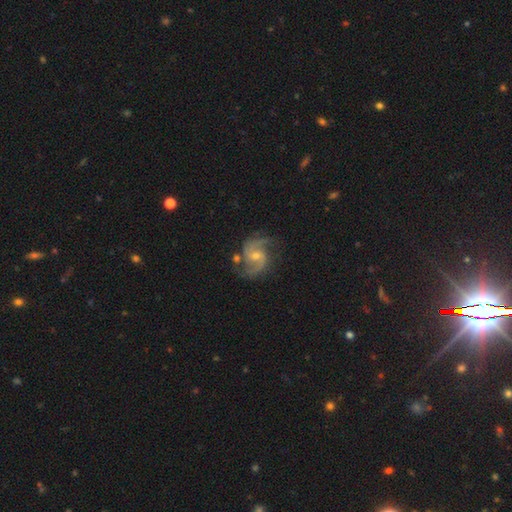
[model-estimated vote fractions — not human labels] Smooth or featured?
  - featured or disk: 90% *
  - star or artifact: 5%
  - smooth: 4%
Edge-on disk?
  - no: 98% *
  - yes: 2%
Bar?
  - no: 46% *
  - weak: 44%
  - strong: 10%
Spiral arms?
  - yes: 98% *
  - no: 2%
Spiral winding?
  - medium: 58% *
  - loose: 28%
  - tight: 15%
Spiral arm count?
  - 2: 91% *
  - 3: 3%
  - can't tell: 2%
  - 1: 1%
  - 4: 1%
  - more than 4: 1%
Bulge size?
  - small: 52% *
  - moderate: 43%
  - none: 3%
  - large: 2%
  - dominant: 1%
Merging?
  - none: 74% *
  - minor disturbance: 16%
  - major disturbance: 6%
  - merger: 3%